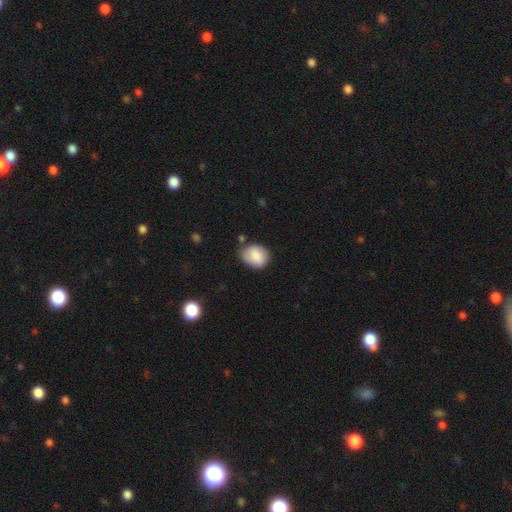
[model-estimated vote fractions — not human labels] Smooth or featured? Predicted: smooth (p=0.82). How rounded? Predicted: in between (p=0.56). Merging? Predicted: none (p=0.62).